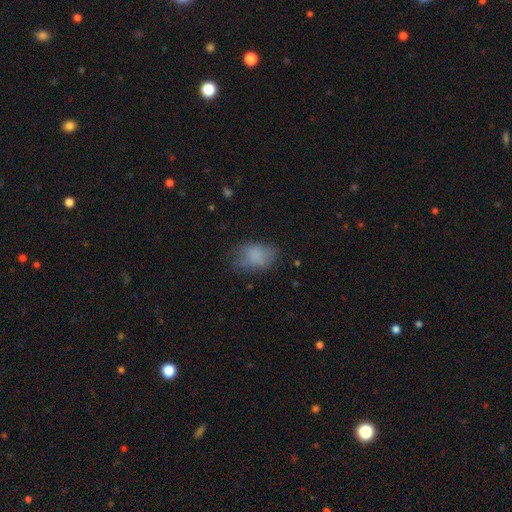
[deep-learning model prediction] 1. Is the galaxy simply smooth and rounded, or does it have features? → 78% smooth, 12% featured or disk, 10% star or artifact.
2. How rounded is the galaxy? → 82% in between, 17% round, 1% cigar-shaped.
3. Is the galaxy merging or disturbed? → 56% none, 28% minor disturbance, 14% major disturbance, 2% merger.